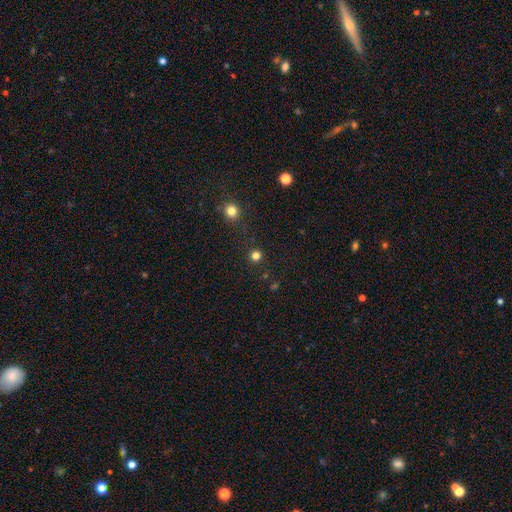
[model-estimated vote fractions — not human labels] The model was most divided on "smooth or featured": smooth: 78%, star or artifact: 19%, featured or disk: 4%. More confident: how rounded — round (94%); merging — none (90%).